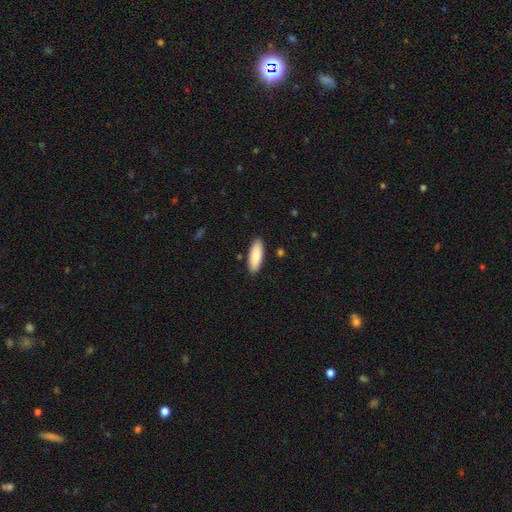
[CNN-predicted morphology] smooth_or_featured: smooth (p=0.85) [alt: featured or disk p=0.10]
how_rounded: in between (p=0.65) [alt: cigar-shaped p=0.34]
merging: none (p=0.88) [alt: minor disturbance p=0.08]